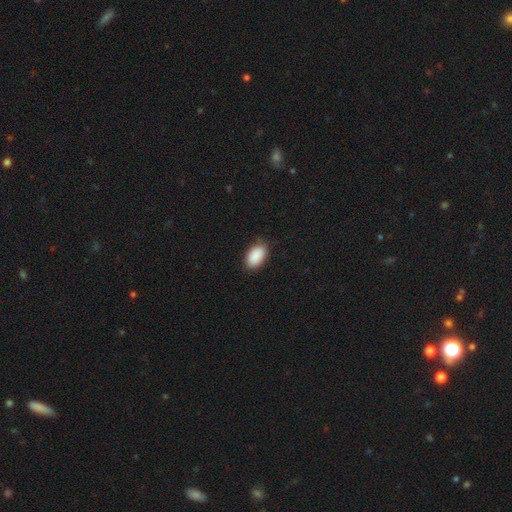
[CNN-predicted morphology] Smooth or featured? smooth (91%)
How rounded? in between (94%)
Merging? none (84%)